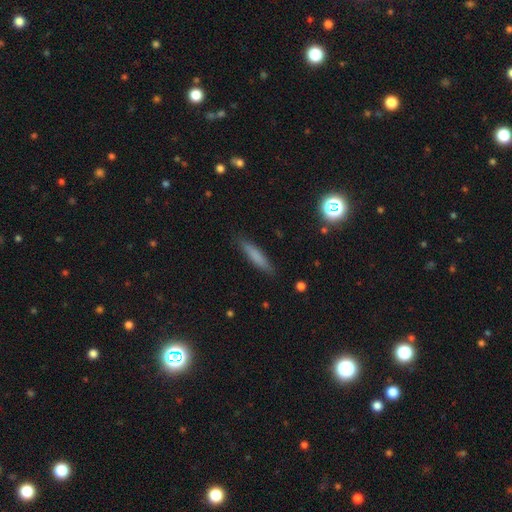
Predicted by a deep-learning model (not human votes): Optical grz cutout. It shows a smooth galaxy with no disk features (74%) that is cigar-shaped (85%). Merging: none (85%).